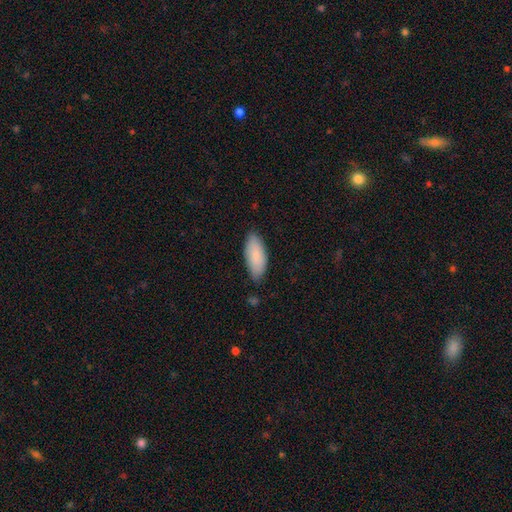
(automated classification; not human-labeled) smooth 84%, featured or disk 11%, star or artifact 6%. Down the decision tree: how rounded — in between (85%); merging — none (80%).